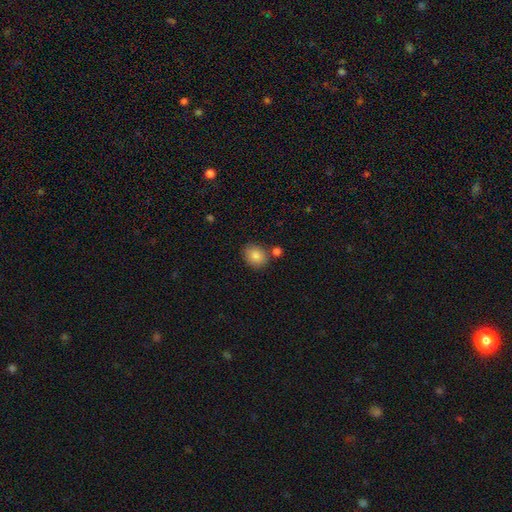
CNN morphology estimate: This appears to be a smooth galaxy with no disk features (85%) that is round (62%). Merging: none (74%).